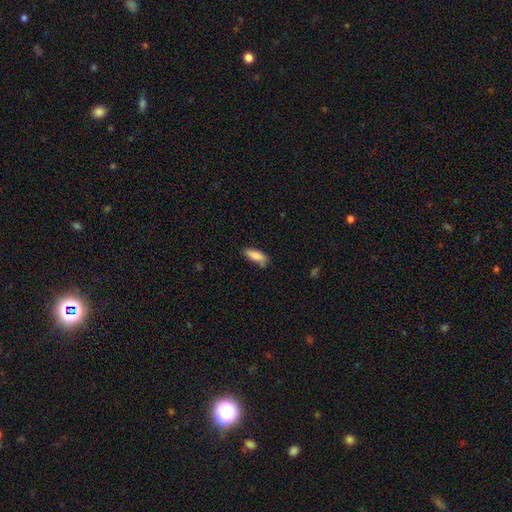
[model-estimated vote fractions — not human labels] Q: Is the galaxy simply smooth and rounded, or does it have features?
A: smooth — 85%.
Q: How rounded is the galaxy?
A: in between — 61%.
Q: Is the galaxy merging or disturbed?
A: none — 73%.